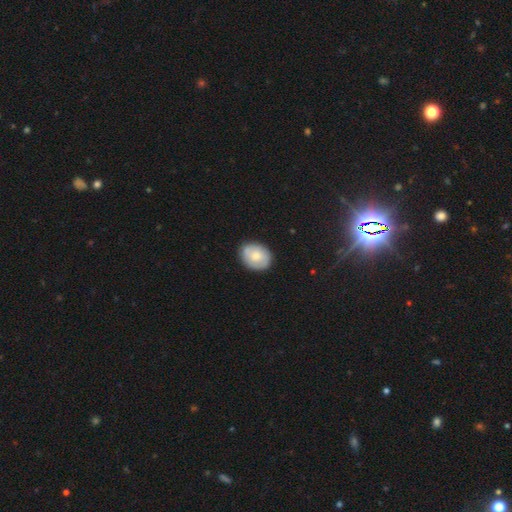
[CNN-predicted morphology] smooth-or-featured: smooth: 66% | featured or disk: 28% | star or artifact: 7%
  how-rounded: round: 51% | in between: 48% | cigar-shaped: 1%
  merging: none: 82% | minor disturbance: 14% | major disturbance: 3% | merger: 2%